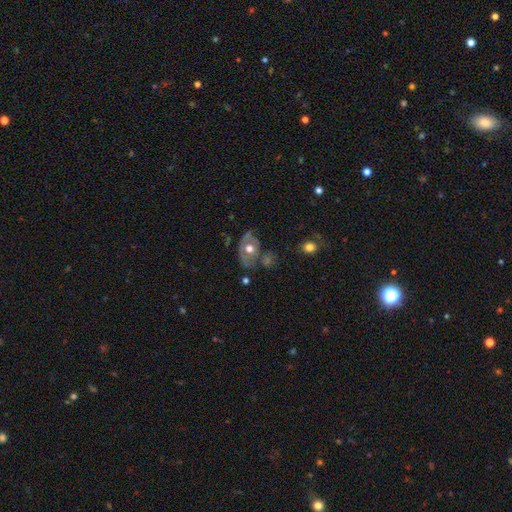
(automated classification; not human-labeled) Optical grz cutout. It shows a featured or disk galaxy (49%). Merging: none (50%).